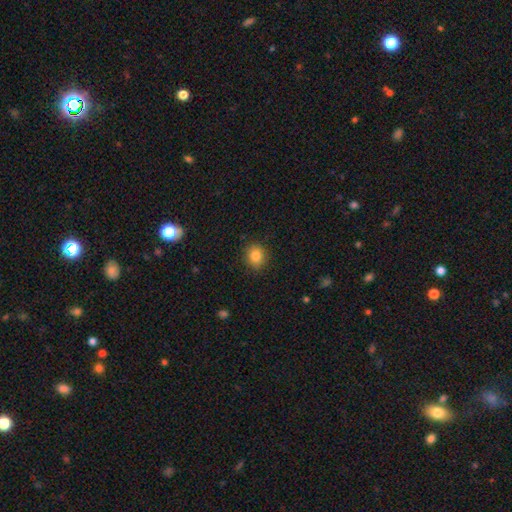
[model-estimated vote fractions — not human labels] This appears to be a smooth galaxy with no disk features (84%) that is round (76%). Merging: none (88%).